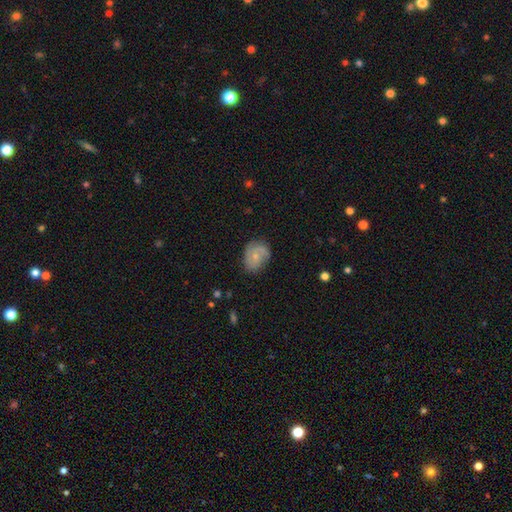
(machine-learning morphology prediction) Smooth or featured? featured or disk (52%)
Edge-on disk? no (97%)
Merging? none (68%)